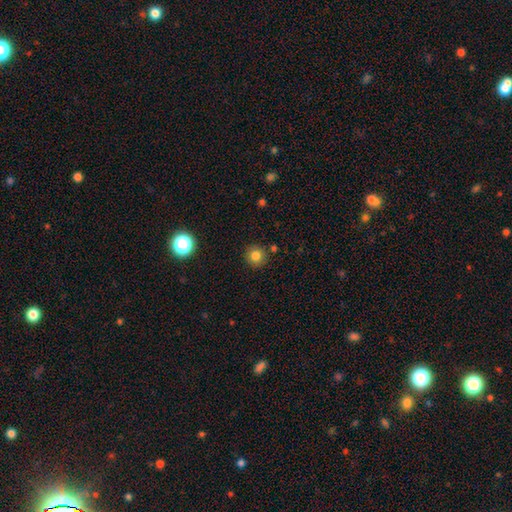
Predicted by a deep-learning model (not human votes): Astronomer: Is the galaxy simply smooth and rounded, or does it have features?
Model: smooth — 82%.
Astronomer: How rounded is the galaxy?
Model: round — 92%.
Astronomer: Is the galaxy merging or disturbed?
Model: none — 86%.